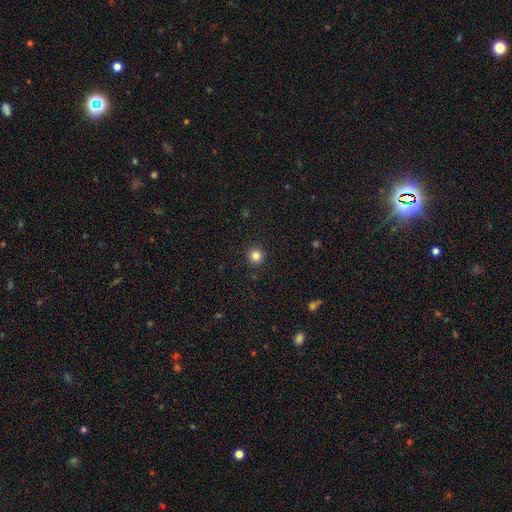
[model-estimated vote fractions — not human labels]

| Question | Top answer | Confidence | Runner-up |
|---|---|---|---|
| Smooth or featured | smooth | 83% | star or artifact (12%) |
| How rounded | round | 95% | in between (4%) |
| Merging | none | 93% | minor disturbance (5%) |